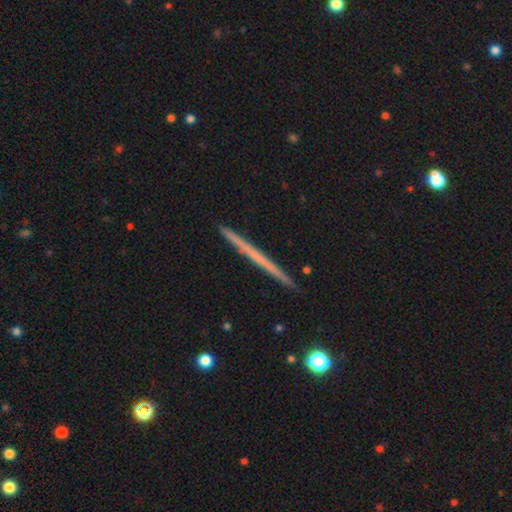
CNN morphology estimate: This appears to be a featured or disk galaxy (55%) viewed edge-on (98%) with no central bulge (91%). Merging: none (93%).